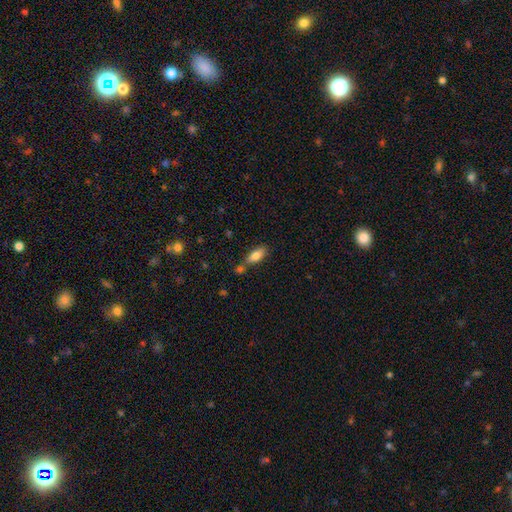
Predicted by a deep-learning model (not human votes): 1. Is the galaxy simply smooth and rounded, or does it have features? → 80% smooth, 13% featured or disk, 8% star or artifact.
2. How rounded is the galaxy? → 80% in between, 17% cigar-shaped, 3% round.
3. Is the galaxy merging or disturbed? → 61% none, 19% merger, 16% minor disturbance, 4% major disturbance.